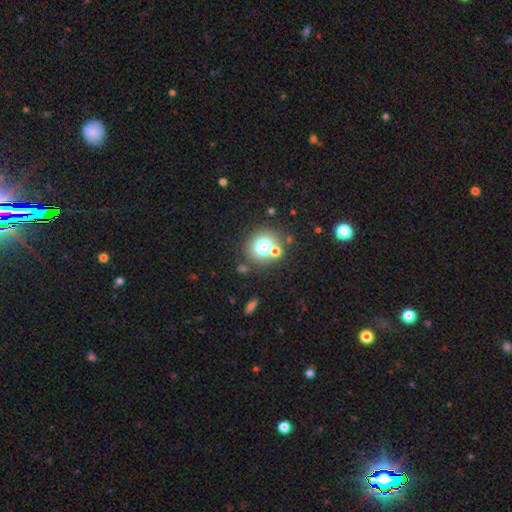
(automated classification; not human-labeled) Smooth or featured? smooth (65%)
How rounded? round (85%)
Merging? none (69%)